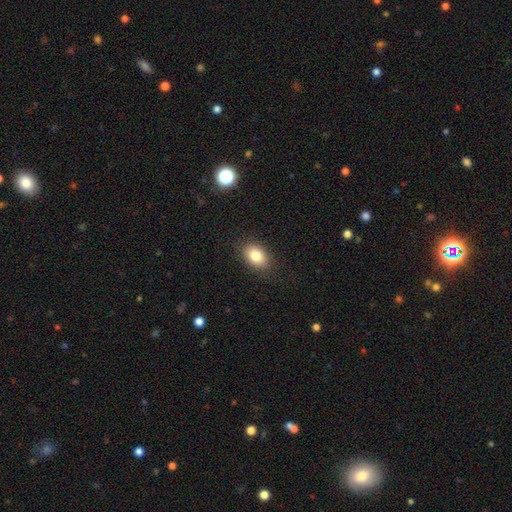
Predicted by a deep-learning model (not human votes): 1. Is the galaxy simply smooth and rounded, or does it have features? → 82% smooth, 9% featured or disk, 9% star or artifact.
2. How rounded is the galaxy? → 82% in between, 17% round, 1% cigar-shaped.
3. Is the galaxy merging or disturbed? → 86% none, 10% minor disturbance, 3% major disturbance, 1% merger.